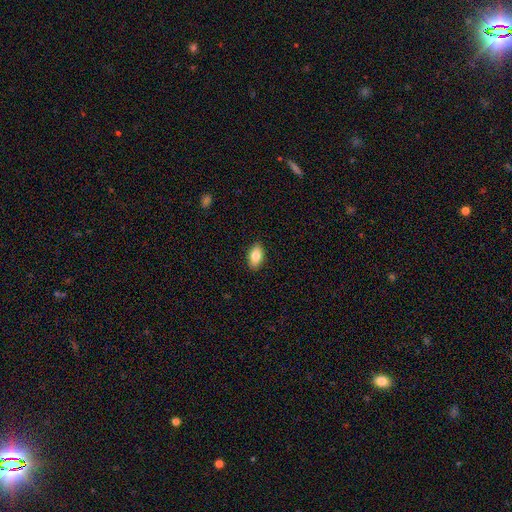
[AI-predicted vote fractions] Smooth or featured? Predicted: smooth (p=0.81). How rounded? Predicted: in between (p=0.90). Merging? Predicted: none (p=0.89).